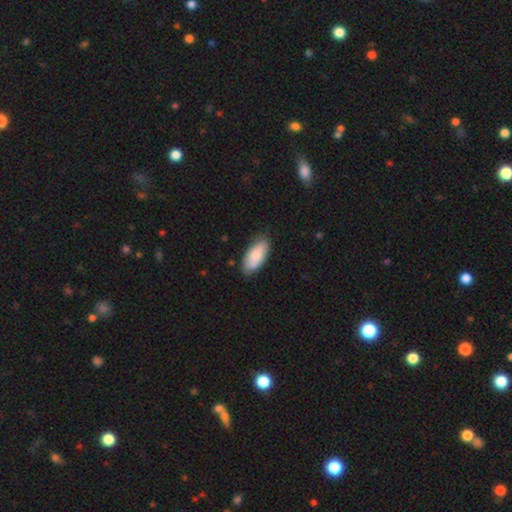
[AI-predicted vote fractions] Smooth or featured? Predicted: smooth (p=0.76). How rounded? Predicted: in between (p=0.89). Merging? Predicted: none (p=0.79).